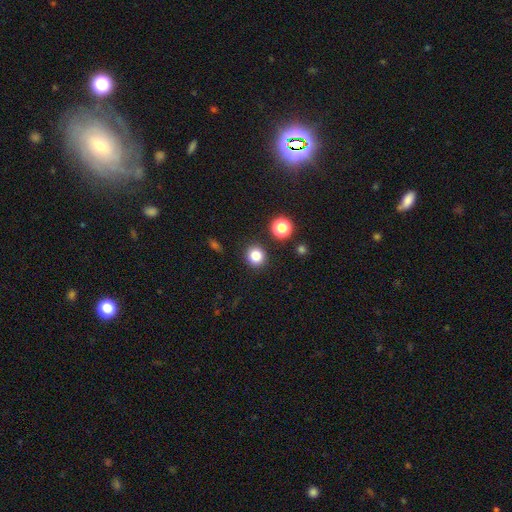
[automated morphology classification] smooth-or-featured: smooth: 83% | star or artifact: 13% | featured or disk: 5%
  how-rounded: round: 90% | in between: 9% | cigar-shaped: 1%
  merging: none: 89% | minor disturbance: 6% | merger: 3% | major disturbance: 2%